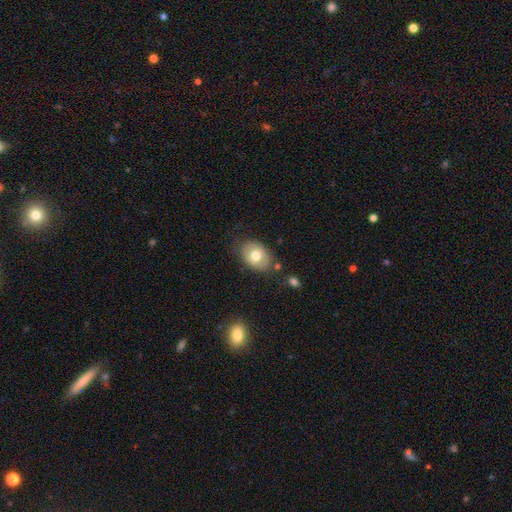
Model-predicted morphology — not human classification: Q: Smooth or featured?
A: smooth (71%); runner-up: featured or disk (21%)
Q: How rounded?
A: in between (74%); runner-up: round (25%)
Q: Merging?
A: none (76%); runner-up: minor disturbance (16%)